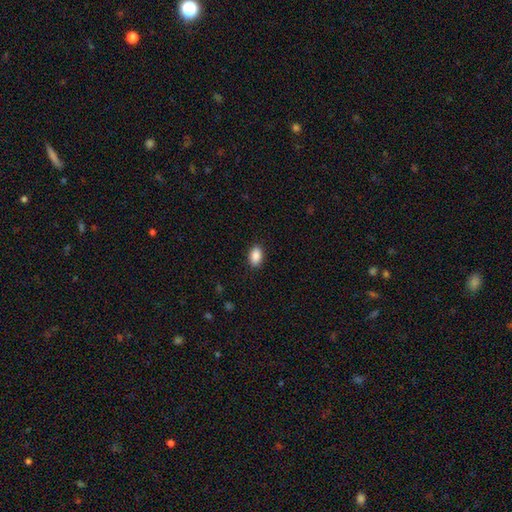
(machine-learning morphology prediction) smooth 89%, star or artifact 7%, featured or disk 3%. Down the decision tree: how rounded — in between (90%); merging — none (89%).